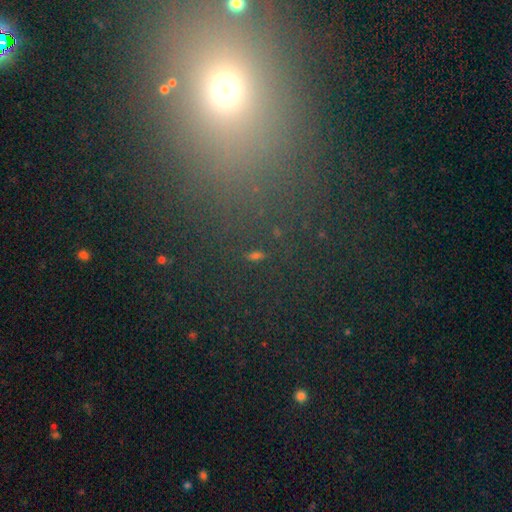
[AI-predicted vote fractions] Q: Smooth or featured?
A: star or artifact (46%); runner-up: smooth (41%)